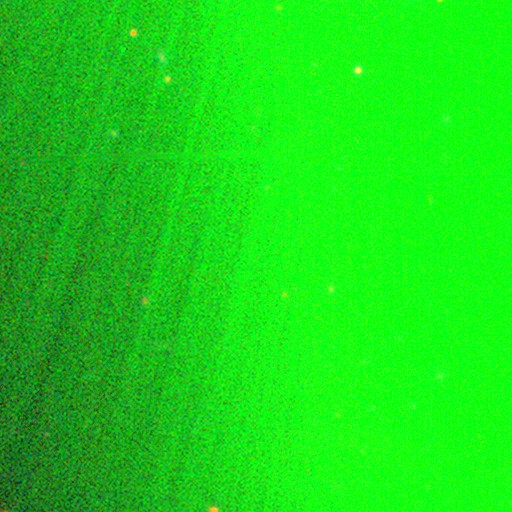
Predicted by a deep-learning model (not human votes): The model was most divided on "smooth or featured": star or artifact: 78%, smooth: 14%, featured or disk: 9%.